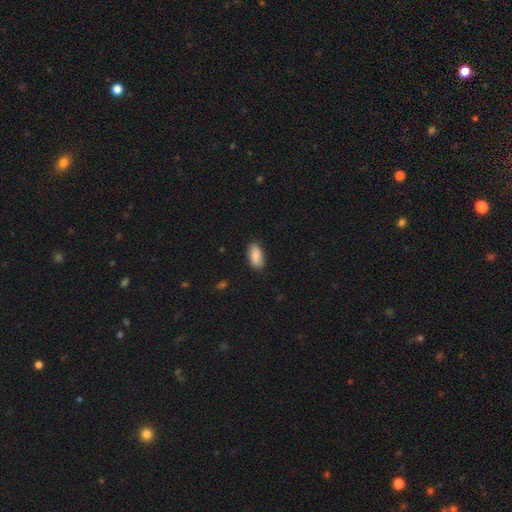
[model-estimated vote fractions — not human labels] Smooth or featured? smooth (84%)
How rounded? in between (91%)
Merging? none (86%)